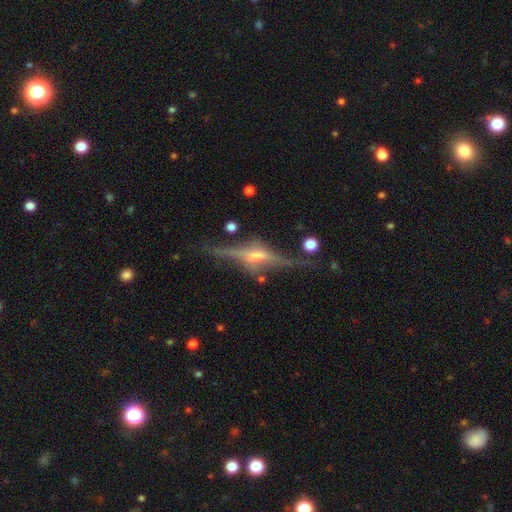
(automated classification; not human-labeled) Smooth or featured?
  - featured or disk: 85% *
  - smooth: 8%
  - star or artifact: 7%
Edge-on disk?
  - yes: 94% *
  - no: 6%
Edge-on bulge?
  - rounded: 83% *
  - boxy: 12%
  - none: 5%
Merging?
  - none: 76% *
  - minor disturbance: 15%
  - major disturbance: 6%
  - merger: 3%